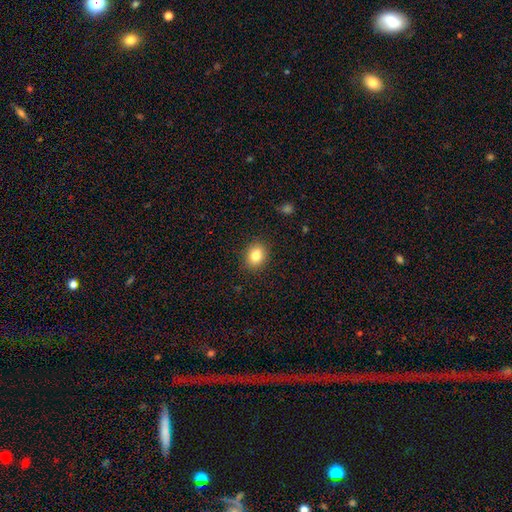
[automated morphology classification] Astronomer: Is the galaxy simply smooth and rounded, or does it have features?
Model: smooth — 83%.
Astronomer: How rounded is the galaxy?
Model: round — 55% (runner-up: in between, 44%).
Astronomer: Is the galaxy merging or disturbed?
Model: none — 89%.